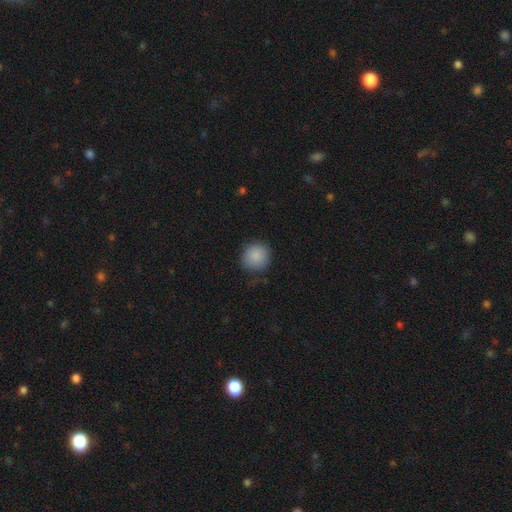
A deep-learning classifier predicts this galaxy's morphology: Overall: smooth (88%). How rounded: round (90%). Merging: none (83%).